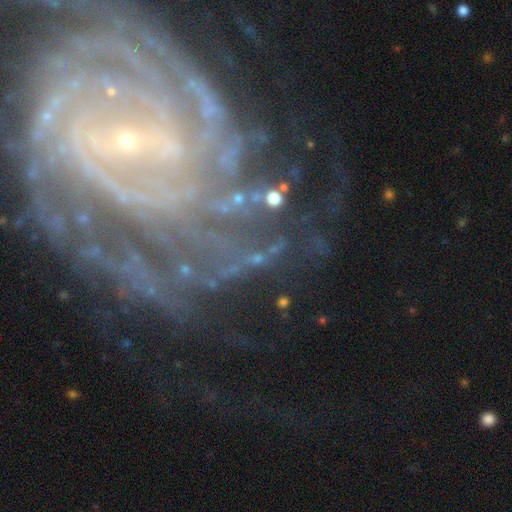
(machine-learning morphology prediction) smooth_or_featured: featured or disk (p=0.87) [alt: star or artifact p=0.09]
disk_edge_on: no (p=0.97) [alt: yes p=0.03]
bar: weak (p=0.38) [alt: no p=0.35]
has_spiral_arms: yes (p=0.97) [alt: no p=0.03]
spiral_winding: tight (p=0.69) [alt: medium p=0.24]
spiral_arm_count: more than 4 (p=0.25) [alt: can't tell p=0.24]
bulge_size: small (p=0.86) [alt: moderate p=0.08]
merging: none (p=0.68) [alt: minor disturbance p=0.16]